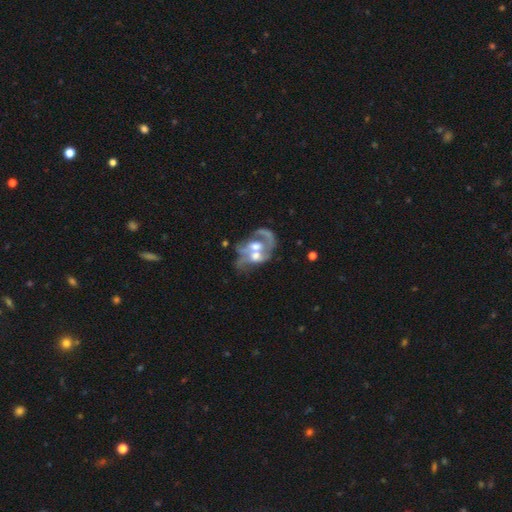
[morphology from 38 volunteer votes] Volunteers were most divided on "spiral arms": yes: 65%, no: 35%. More confident: edge-on disk — no (96%); merging — merger (88%); spiral winding — loose (87%); bar — no (83%); bulge size — moderate (65%); smooth or featured — featured or disk (63%); spiral arm count — 2 (53%).